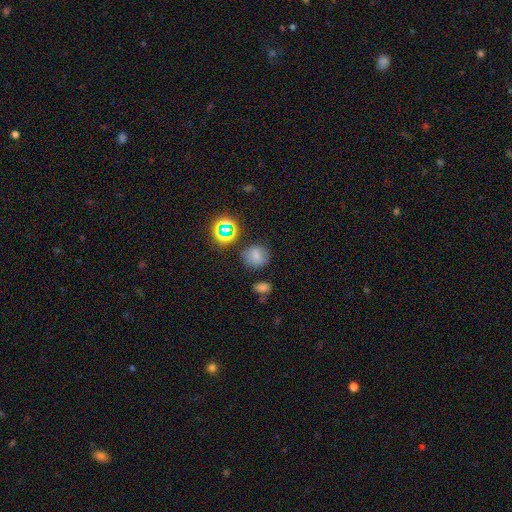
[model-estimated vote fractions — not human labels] Smooth or featured: smooth — 71% (star or artifact — 19%)
How rounded: round — 78% (in between — 21%)
Merging: none — 78% (minor disturbance — 13%)